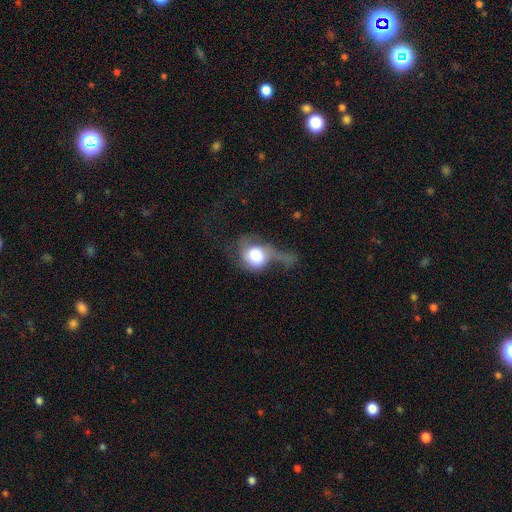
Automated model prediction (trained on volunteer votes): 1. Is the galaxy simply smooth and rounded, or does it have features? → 58% smooth, 33% featured or disk, 8% star or artifact.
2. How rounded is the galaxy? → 60% round, 39% in between, 1% cigar-shaped.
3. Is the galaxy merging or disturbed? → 55% major disturbance, 21% minor disturbance, 15% none, 8% merger.